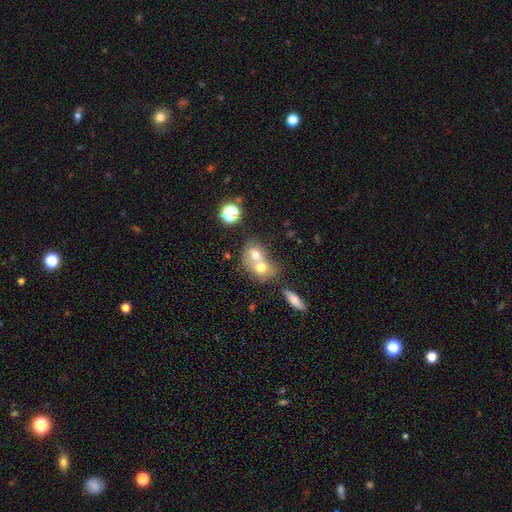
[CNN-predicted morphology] Smooth or featured? smooth (63%)
How rounded? in between (49%, tied with round)
Merging? merger (70%)